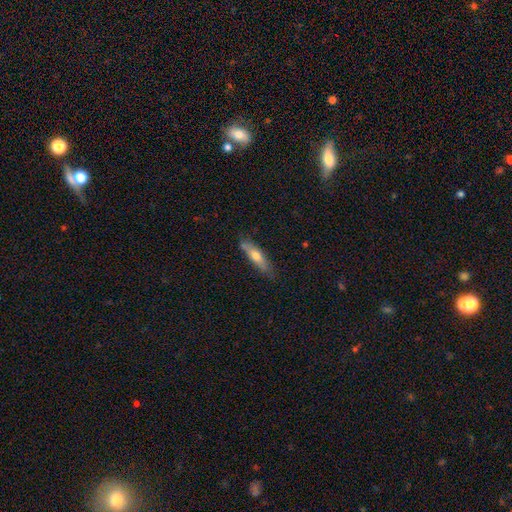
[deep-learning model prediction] A smooth galaxy with no disk features (57%) that is cigar-shaped (75%). Merging: none (79%).